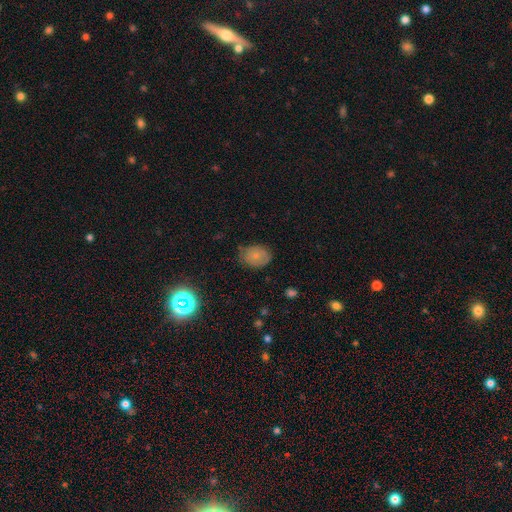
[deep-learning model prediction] smooth 74%, featured or disk 15%, star or artifact 11%. Down the decision tree: how rounded — in between (65%); merging — none (66%).